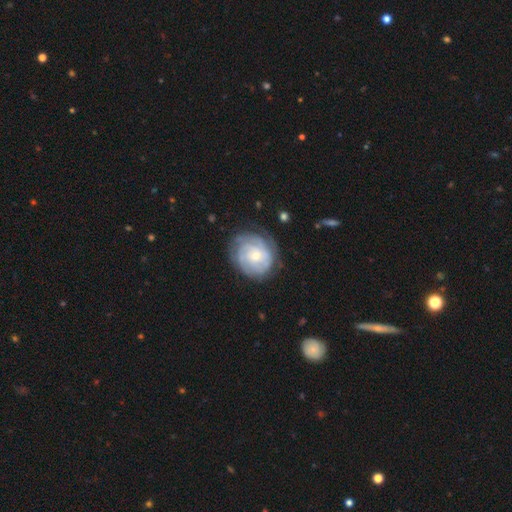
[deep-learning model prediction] A featured or disk galaxy (77%) with no bar (74%), tight (73%) spiral arms (92%) and a small central bulge (59%).

Vote fractions:
- Smooth or featured? featured or disk: 77% / smooth: 17% / star or artifact: 6%
- Edge-on disk? no: 98% / yes: 2%
- Bar? no: 74% / weak: 23% / strong: 4%
- Spiral arms? yes: 92% / no: 8%
- Spiral winding? tight: 73% / medium: 21% / loose: 6%
- Spiral arm count? can't tell: 42% / 3: 18% / 4: 15% / 2: 14% / more than 4: 6% / 1: 5%
- Bulge size? small: 59% / moderate: 37% / large: 2% / none: 1% / dominant: 1%
- Merging? none: 72% / minor disturbance: 19% / major disturbance: 8% / merger: 1%